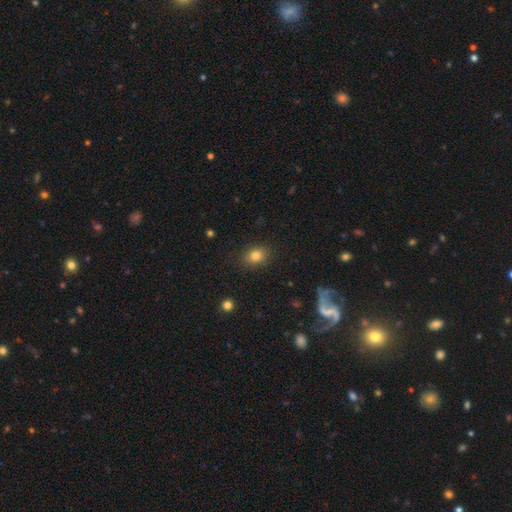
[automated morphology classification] Q: Smooth or featured?
A: smooth (81%); runner-up: star or artifact (11%)
Q: How rounded?
A: in between (56%); runner-up: round (43%)
Q: Merging?
A: none (86%); runner-up: minor disturbance (10%)